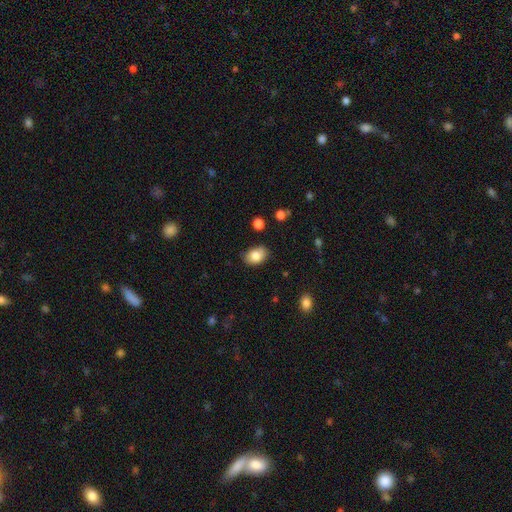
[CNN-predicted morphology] smooth_or_featured: smooth (p=0.83) [alt: featured or disk p=0.09]
how_rounded: in between (p=0.83) [alt: round p=0.16]
merging: none (p=0.76) [alt: minor disturbance p=0.18]